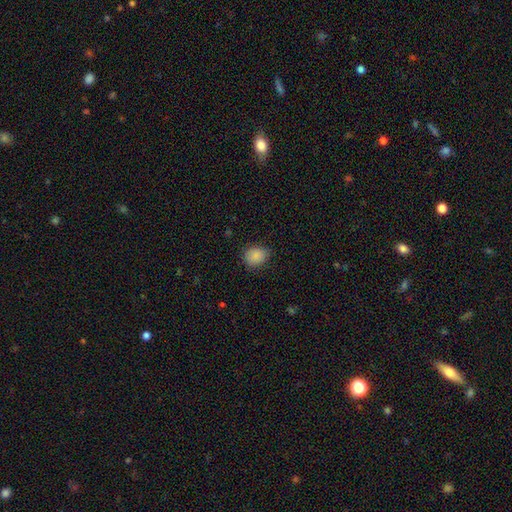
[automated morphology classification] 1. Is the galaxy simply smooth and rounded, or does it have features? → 88% smooth, 9% star or artifact, 4% featured or disk.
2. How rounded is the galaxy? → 58% round, 41% in between, 1% cigar-shaped.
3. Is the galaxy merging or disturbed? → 80% none, 16% minor disturbance, 3% major disturbance, 1% merger.